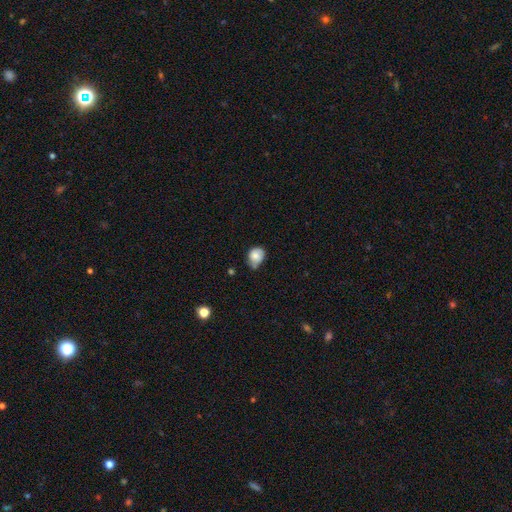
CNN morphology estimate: Smooth or featured?
  - smooth: 77% *
  - featured or disk: 14%
  - star or artifact: 9%
How rounded?
  - round: 55% *
  - in between: 44%
  - cigar-shaped: 1%
Merging?
  - minor disturbance: 45% *
  - none: 40%
  - major disturbance: 10%
  - merger: 5%